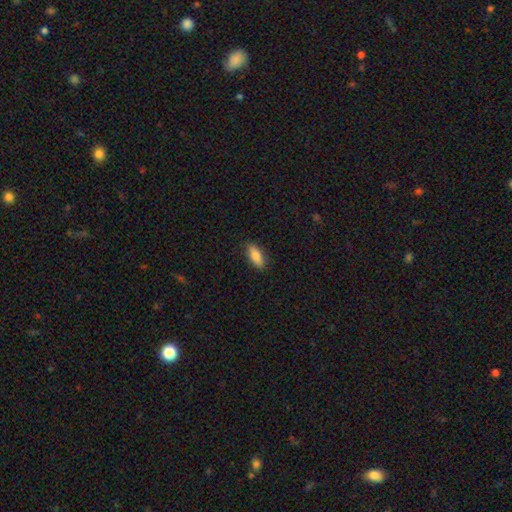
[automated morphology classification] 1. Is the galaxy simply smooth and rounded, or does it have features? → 81% smooth, 12% featured or disk, 6% star or artifact.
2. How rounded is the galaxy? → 78% in between, 20% cigar-shaped, 2% round.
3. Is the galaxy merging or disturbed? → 87% none, 10% minor disturbance, 2% major disturbance, 1% merger.